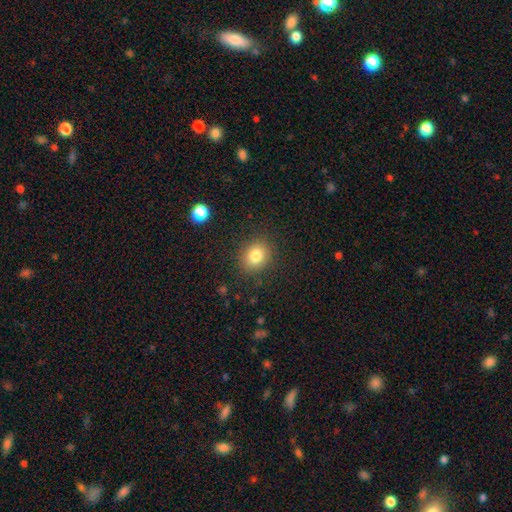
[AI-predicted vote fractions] Morphology: type=smooth (81%); roundness=round (67%); merging=none (87%).